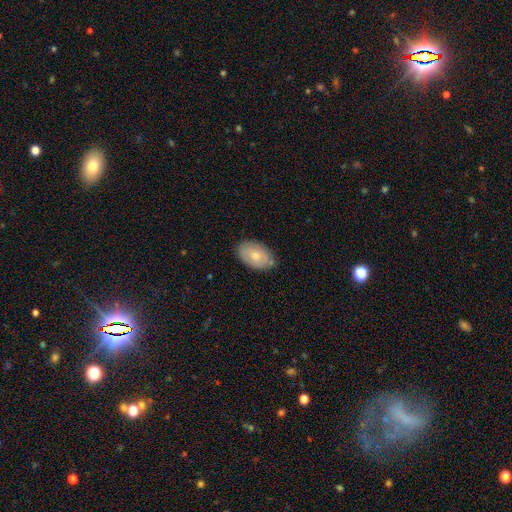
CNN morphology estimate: smooth_or_featured: smooth (p=0.69) [alt: featured or disk p=0.24]
how_rounded: in between (p=0.92) [alt: round p=0.07]
merging: none (p=0.77) [alt: minor disturbance p=0.18]